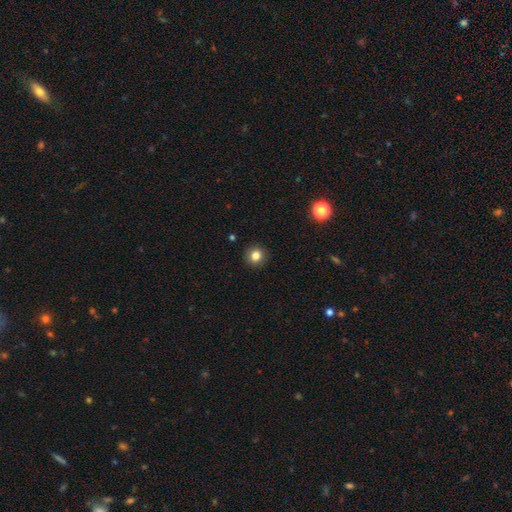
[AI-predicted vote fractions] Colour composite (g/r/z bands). It shows a smooth galaxy with no disk features (83%) that is round (88%). Merging: none (92%).